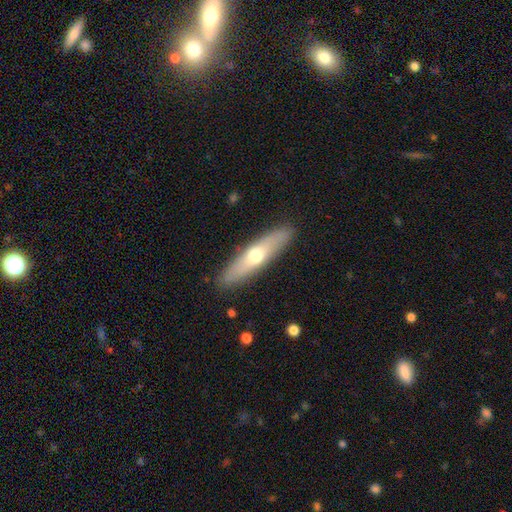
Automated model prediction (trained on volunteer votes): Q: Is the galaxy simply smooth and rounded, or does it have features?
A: smooth — 47%, tied with featured or disk.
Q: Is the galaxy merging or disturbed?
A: none — 90%.